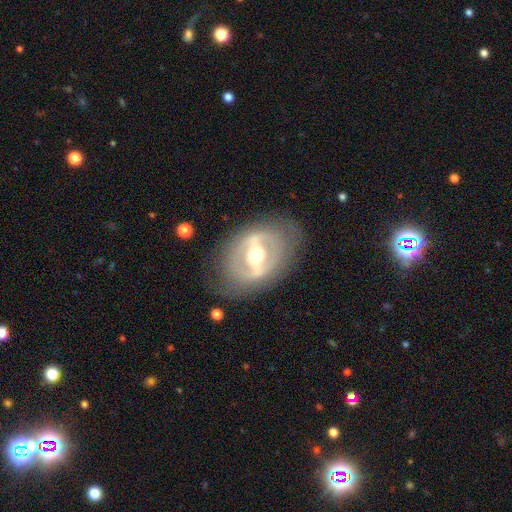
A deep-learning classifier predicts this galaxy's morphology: type=featured or disk (75%); edge-on=no (91%); bar=strong (56%); spiral arms=no (67%); bulge=moderate (71%); merging=none (73%).